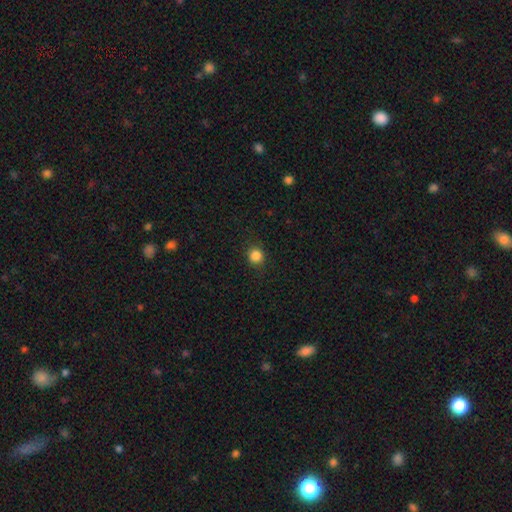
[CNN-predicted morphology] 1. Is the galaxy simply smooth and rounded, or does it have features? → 85% smooth, 12% star or artifact, 4% featured or disk.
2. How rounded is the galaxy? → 92% round, 7% in between, 1% cigar-shaped.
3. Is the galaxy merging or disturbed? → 90% none, 6% minor disturbance, 2% major disturbance, 1% merger.